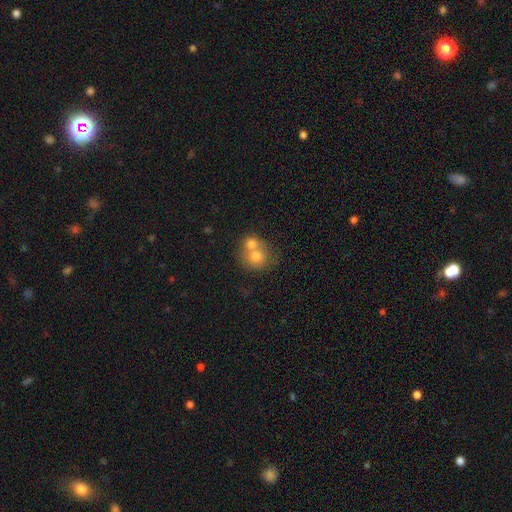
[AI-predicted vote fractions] Overall: smooth (70%). How rounded: round (77%). Merging: merger (60%; none 30%).